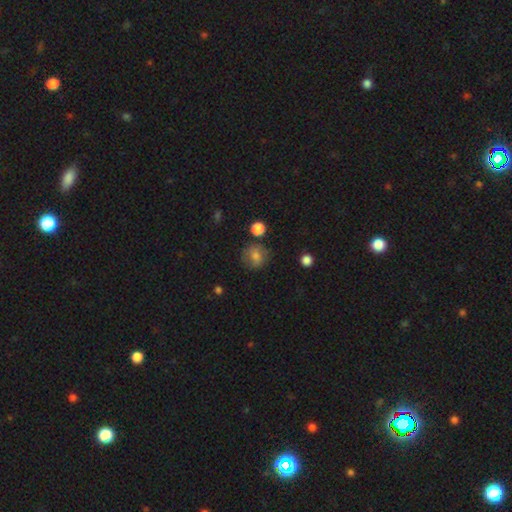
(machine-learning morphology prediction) This appears to be a smooth galaxy with no disk features (72%) that is round (80%). Merging: none (69%).